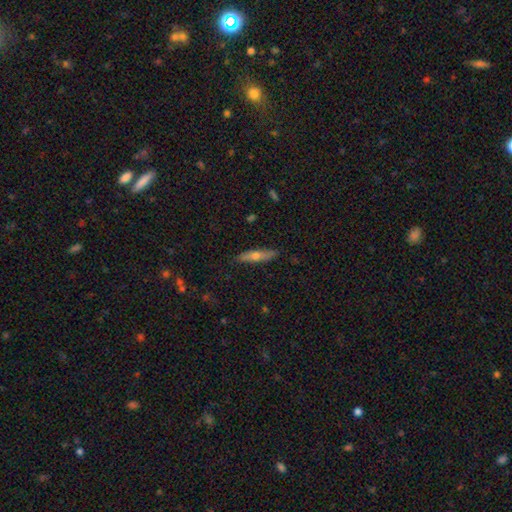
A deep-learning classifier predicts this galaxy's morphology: smooth_or_featured: smooth (p=0.49) [alt: featured or disk p=0.44]
merging: none (p=0.88) [alt: minor disturbance p=0.09]